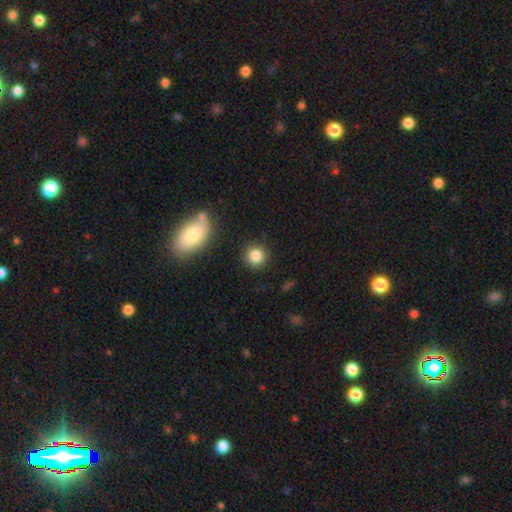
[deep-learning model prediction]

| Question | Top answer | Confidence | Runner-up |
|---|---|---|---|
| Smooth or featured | smooth | 85% | star or artifact (10%) |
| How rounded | round | 91% | in between (8%) |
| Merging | none | 88% | minor disturbance (7%) |